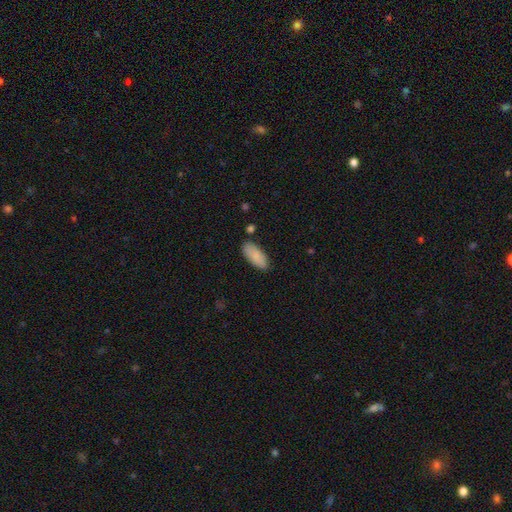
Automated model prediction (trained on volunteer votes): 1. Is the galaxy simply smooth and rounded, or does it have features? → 87% smooth, 7% featured or disk, 6% star or artifact.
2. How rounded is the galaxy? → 86% in between, 12% cigar-shaped, 2% round.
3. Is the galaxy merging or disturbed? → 84% none, 12% minor disturbance, 2% merger, 2% major disturbance.